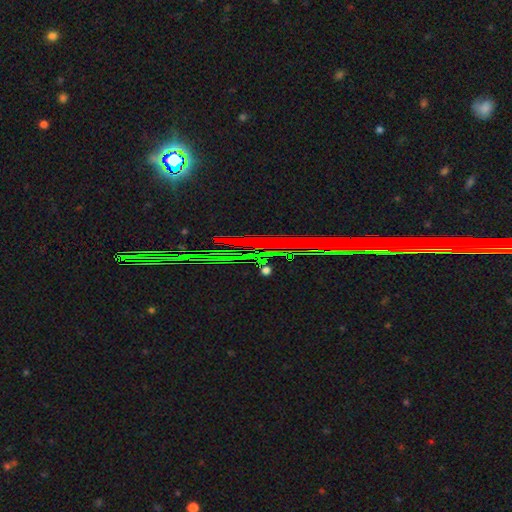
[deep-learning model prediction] Smooth or featured: star or artifact — 80% (featured or disk — 12%)